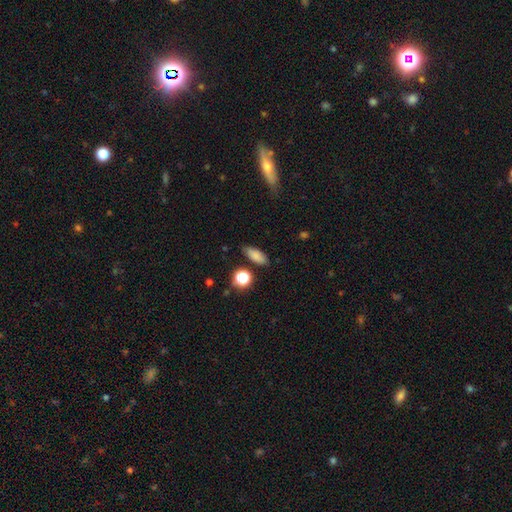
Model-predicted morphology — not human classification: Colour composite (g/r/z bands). It shows a smooth galaxy with no disk features (82%) that is in between round and cigar-shaped (71%). Merging: none (80%).